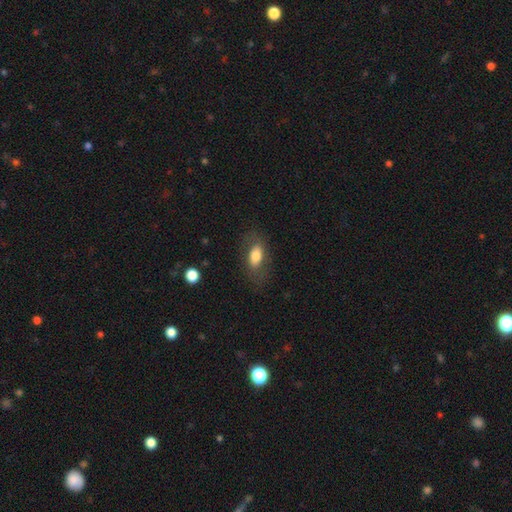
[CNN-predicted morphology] A smooth galaxy with no disk features (73%) that is in between round and cigar-shaped (87%). Merging: none (73%).